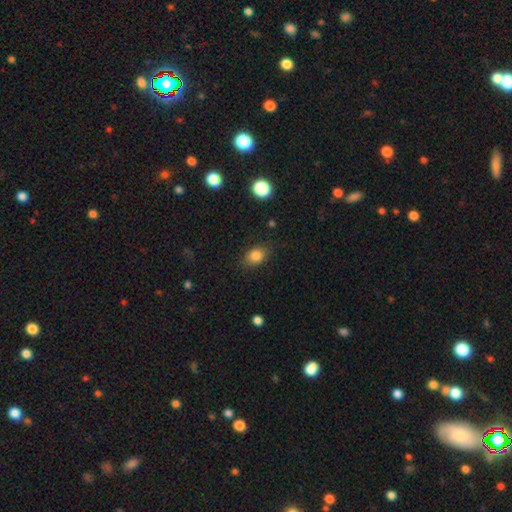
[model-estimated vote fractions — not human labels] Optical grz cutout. It shows a smooth galaxy with no disk features (83%) that is in between round and cigar-shaped (67%). Merging: none (83%).